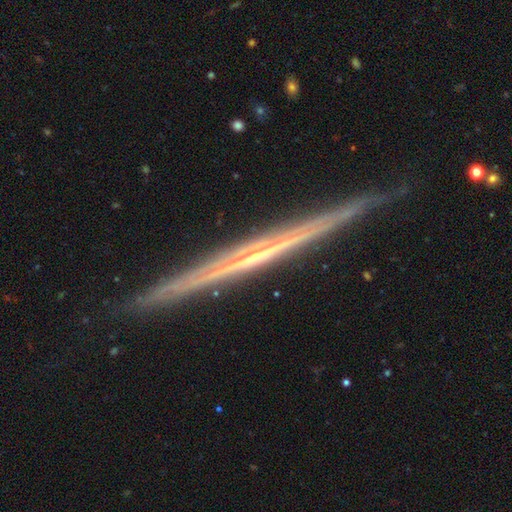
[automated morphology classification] Q: Smooth or featured?
A: featured or disk (84%); runner-up: smooth (10%)
Q: Edge-on disk?
A: yes (98%); runner-up: no (2%)
Q: Edge-on bulge?
A: none (67%); runner-up: rounded (28%)
Q: Merging?
A: none (89%); runner-up: minor disturbance (8%)